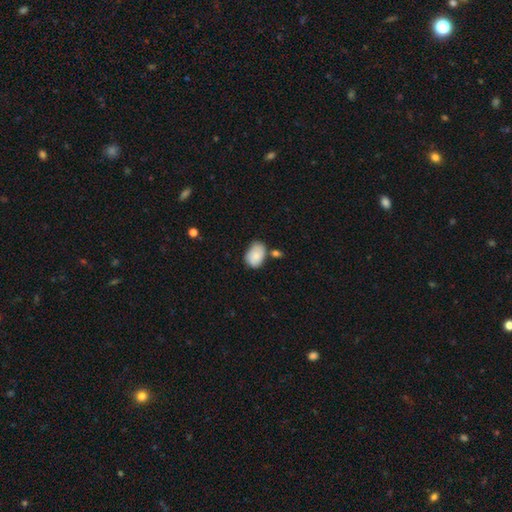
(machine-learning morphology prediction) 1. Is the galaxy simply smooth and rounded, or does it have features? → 82% smooth, 11% featured or disk, 7% star or artifact.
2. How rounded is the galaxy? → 85% in between, 14% round, 1% cigar-shaped.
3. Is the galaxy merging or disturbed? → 51% none, 29% minor disturbance, 14% merger, 6% major disturbance.